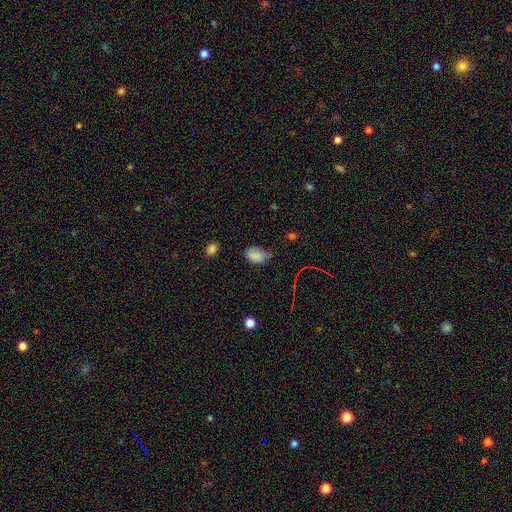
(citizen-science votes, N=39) Smooth or featured: smooth — 87% (star or artifact — 10%)
How rounded: in between — 85% (round — 12%)
Merging: minor disturbance — 51% (none — 37%)